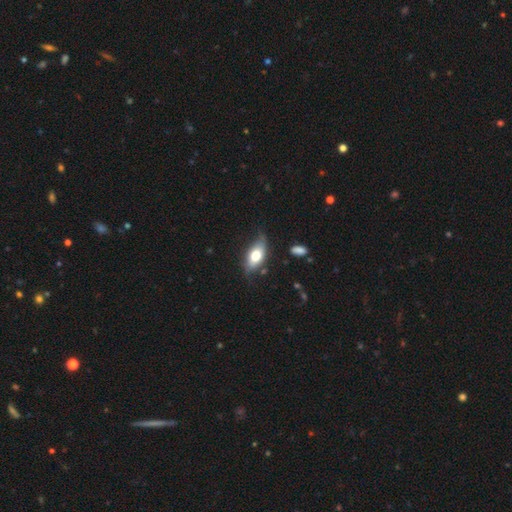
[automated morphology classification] Smooth or featured: smooth — 66% (featured or disk — 28%)
How rounded: in between — 87% (cigar-shaped — 8%)
Merging: none — 63% (minor disturbance — 27%)